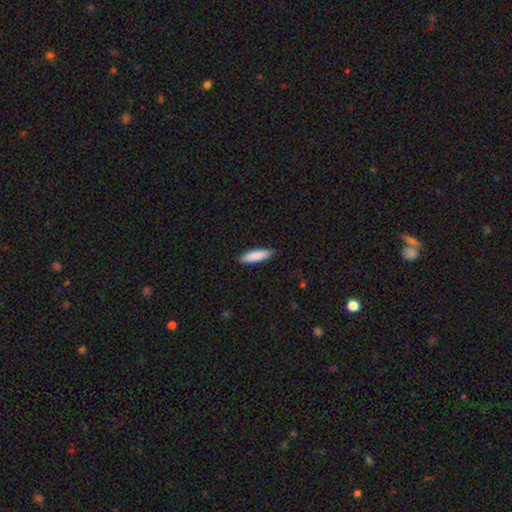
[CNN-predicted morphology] Smooth or featured?
  - smooth: 87% *
  - featured or disk: 7%
  - star or artifact: 5%
How rounded?
  - cigar-shaped: 71% *
  - in between: 28%
  - round: 1%
Merging?
  - none: 89% *
  - minor disturbance: 9%
  - major disturbance: 2%
  - merger: 1%